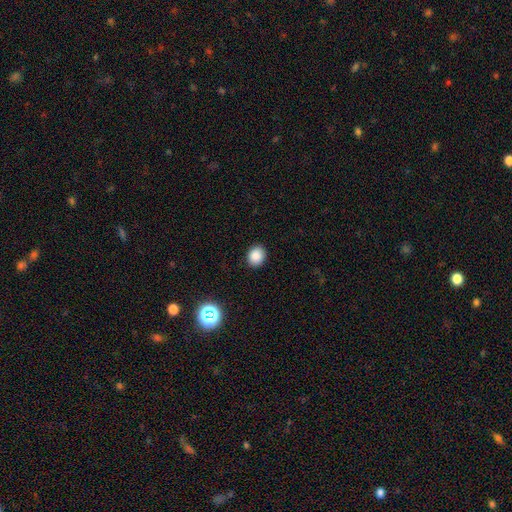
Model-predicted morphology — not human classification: Q: Smooth or featured?
A: smooth (86%); runner-up: star or artifact (11%)
Q: How rounded?
A: round (63%); runner-up: in between (36%)
Q: Merging?
A: none (89%); runner-up: minor disturbance (8%)